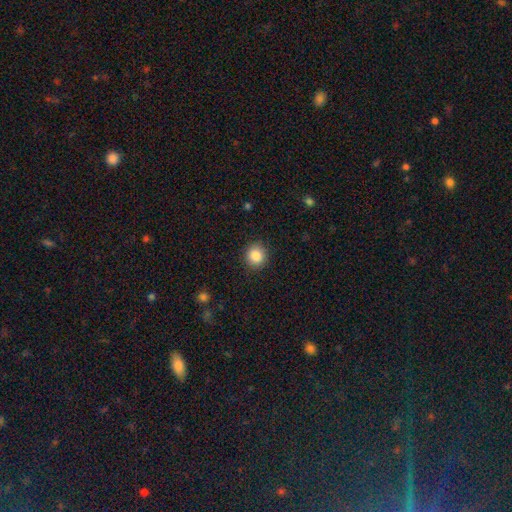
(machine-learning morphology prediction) Overall: smooth (86%). How rounded: round (87%). Merging: none (89%).